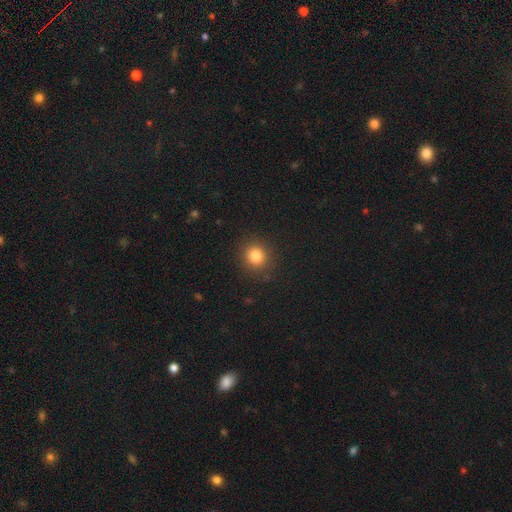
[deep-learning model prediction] Morphology: type=smooth (82%); roundness=round (88%); merging=none (89%).